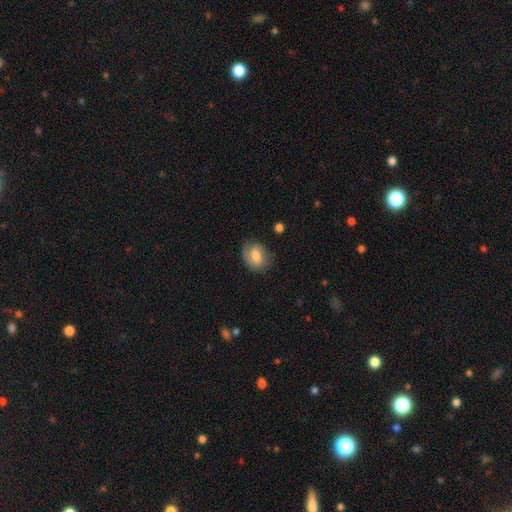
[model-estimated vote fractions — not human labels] Morphology: type=smooth (71%); roundness=in between (60%); merging=none (74%).